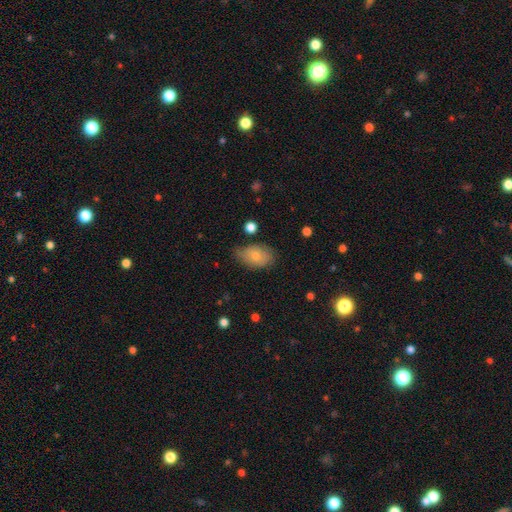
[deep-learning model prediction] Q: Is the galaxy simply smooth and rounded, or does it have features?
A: smooth — 76%.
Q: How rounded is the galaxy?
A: in between — 88%.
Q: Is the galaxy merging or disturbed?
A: none — 63%.